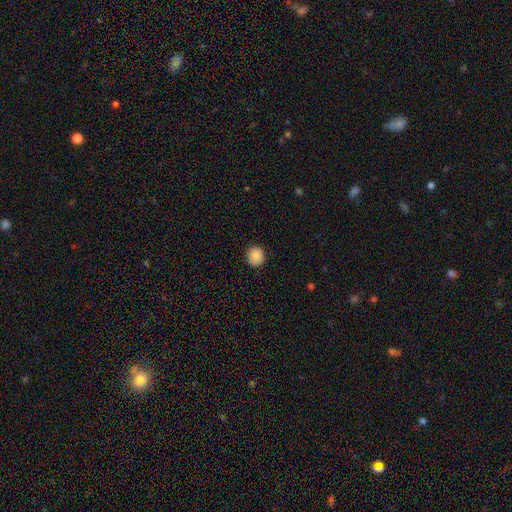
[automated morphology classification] Smooth or featured? smooth (87%)
How rounded? round (83%)
Merging? none (88%)